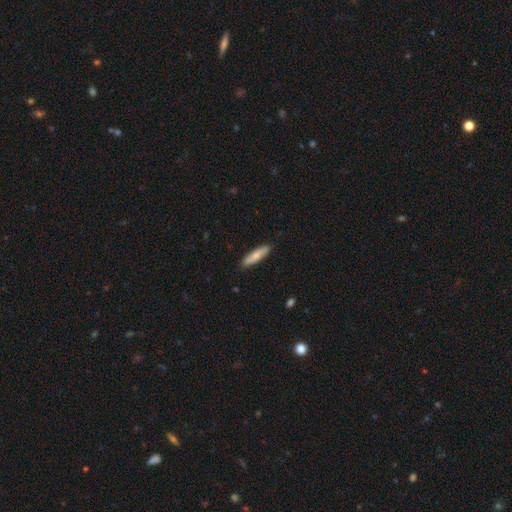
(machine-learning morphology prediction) type=smooth (73%); roundness=cigar-shaped (75%); merging=none (89%).